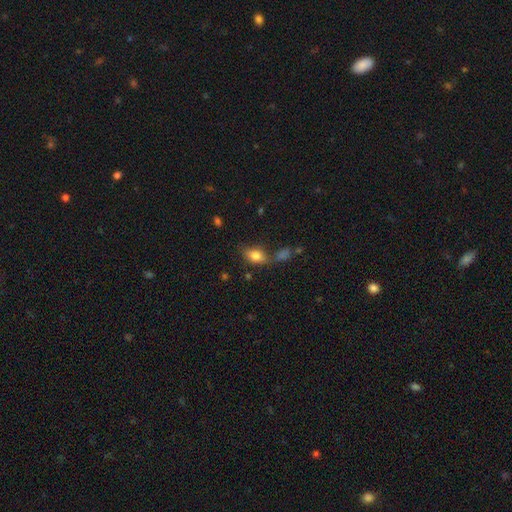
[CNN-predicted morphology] Smooth or featured? smooth (79%)
How rounded? in between (84%)
Merging? none (60%)